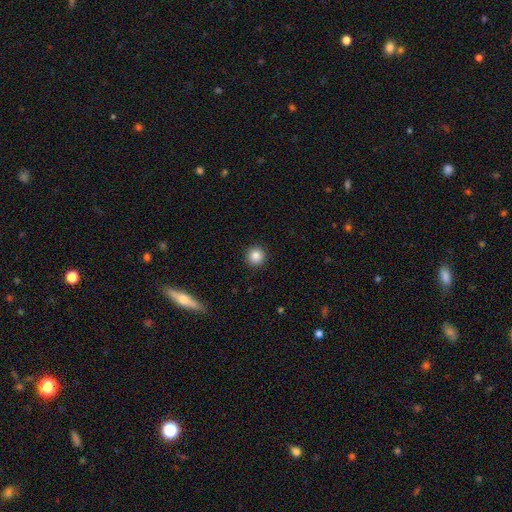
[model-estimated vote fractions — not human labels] A smooth galaxy with no disk features (86%) that is round (95%). Merging: none (92%).